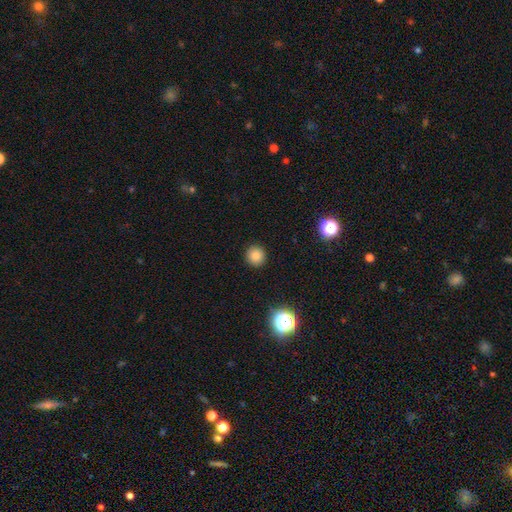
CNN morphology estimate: Overall: smooth (82%). How rounded: round (94%). Merging: none (92%).